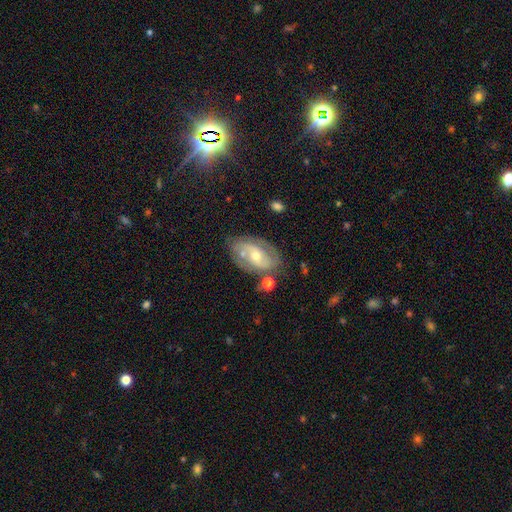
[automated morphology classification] Smooth or featured?
  - featured or disk: 77% *
  - smooth: 16%
  - star or artifact: 7%
Edge-on disk?
  - no: 95% *
  - yes: 5%
Bar?
  - no: 48% *
  - weak: 38%
  - strong: 14%
Spiral arms?
  - yes: 87% *
  - no: 13%
Spiral winding?
  - medium: 46% *
  - tight: 31%
  - loose: 23%
Spiral arm count?
  - 2: 77% *
  - can't tell: 14%
  - 3: 4%
  - 1: 3%
  - 4: 1%
  - more than 4: 1%
Bulge size?
  - small: 50% *
  - moderate: 47%
  - large: 2%
  - none: 1%
  - dominant: 1%
Merging?
  - none: 67% *
  - minor disturbance: 19%
  - merger: 7%
  - major disturbance: 7%